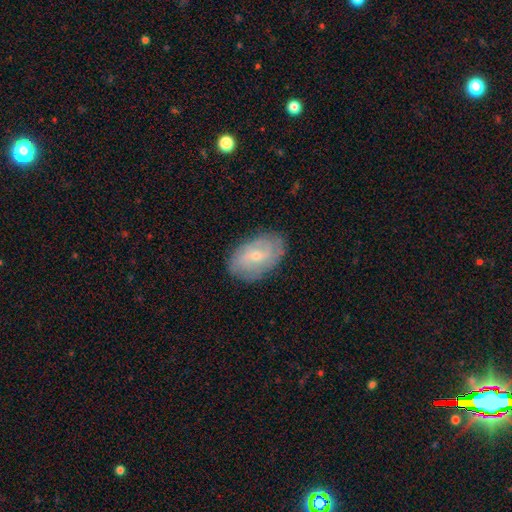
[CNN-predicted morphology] A featured or disk galaxy (64%) with no bar (48%), spiral arms (81%) and a small central bulge (67%).

Vote fractions:
- Smooth or featured? featured or disk: 64% / smooth: 29% / star or artifact: 7%
- Edge-on disk? no: 95% / yes: 5%
- Bar? no: 48% / weak: 43% / strong: 9%
- Spiral arms? yes: 81% / no: 19%
- Bulge size? small: 67% / moderate: 30% / none: 1% / large: 1% / dominant: 1%
- Merging? none: 81% / minor disturbance: 14% / major disturbance: 4% / merger: 1%